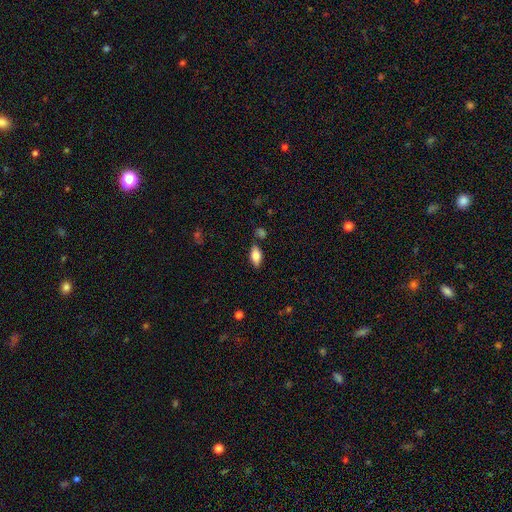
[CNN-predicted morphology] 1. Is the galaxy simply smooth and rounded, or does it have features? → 79% smooth, 14% featured or disk, 7% star or artifact.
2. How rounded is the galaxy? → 90% in between, 7% cigar-shaped, 3% round.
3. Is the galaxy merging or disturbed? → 79% none, 13% minor disturbance, 5% merger, 3% major disturbance.